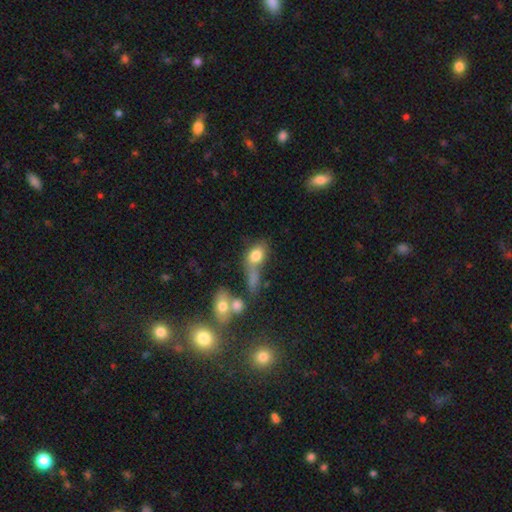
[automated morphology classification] A smooth galaxy with no disk features (74%) that is in between round and cigar-shaped (68%).

Vote fractions:
- Smooth or featured? smooth: 74% / featured or disk: 15% / star or artifact: 11%
- How rounded? in between: 68% / round: 26% / cigar-shaped: 6%
- Merging? merger: 38% / none: 31% / major disturbance: 16% / minor disturbance: 15%